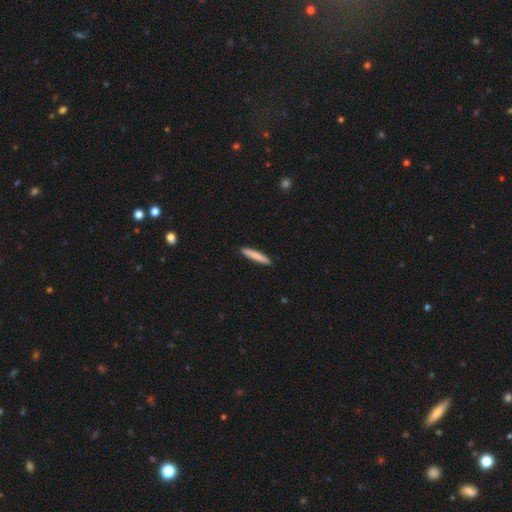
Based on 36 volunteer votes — Q: Smooth or featured?
A: smooth (92%); runner-up: featured or disk (6%)
Q: How rounded?
A: cigar-shaped (91%); runner-up: in between (9%)
Q: Merging?
A: none (100%)